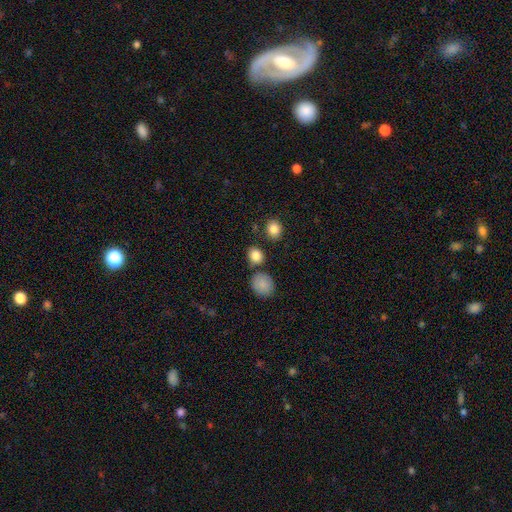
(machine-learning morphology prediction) smooth-or-featured: smooth: 85% | star or artifact: 10% | featured or disk: 5%
  how-rounded: round: 67% | in between: 32% | cigar-shaped: 1%
  merging: none: 75% | minor disturbance: 11% | merger: 11% | major disturbance: 3%